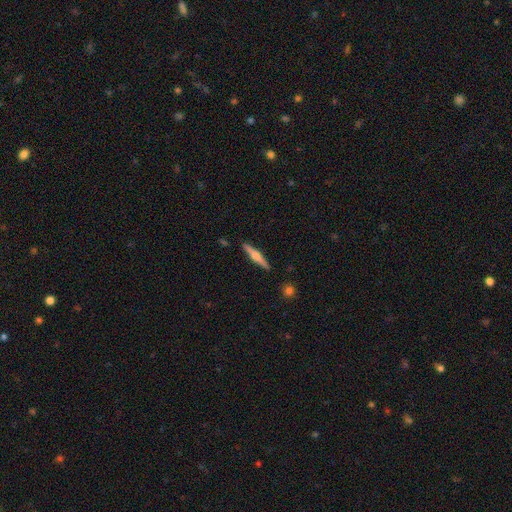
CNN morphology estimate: type=featured or disk (63%); edge-on=yes (98%); edge-on bulge=rounded (85%); merging=none (91%).